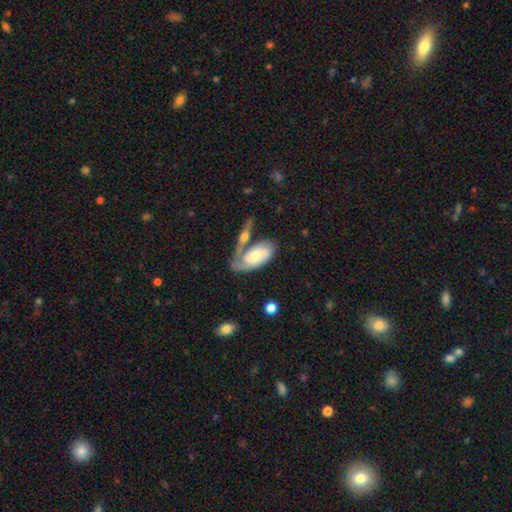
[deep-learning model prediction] Smooth or featured: featured or disk — 65% (smooth — 29%)
Edge-on disk: no — 91% (yes — 9%)
Bar: no — 66% (weak — 27%)
Spiral arms: yes — 89% (no — 11%)
Spiral winding: tight — 53% (medium — 36%)
Spiral arm count: 2 — 53% (1 — 24%)
Bulge size: moderate — 53% (small — 28%)
Merging: none — 37% (merger — 36%)